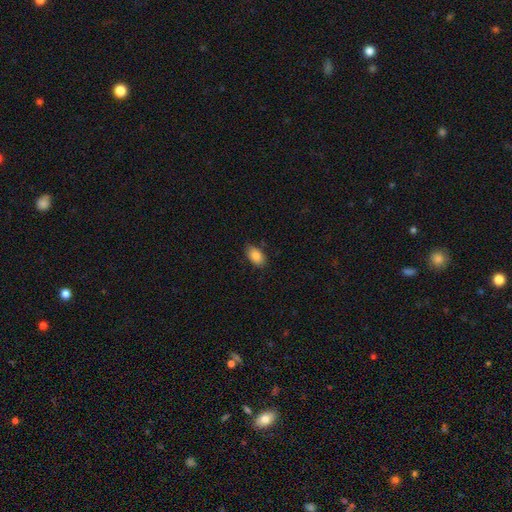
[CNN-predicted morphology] This is clearly a smooth galaxy (86%). How rounded: clearly in between (92%). Merging: clearly none (82%).